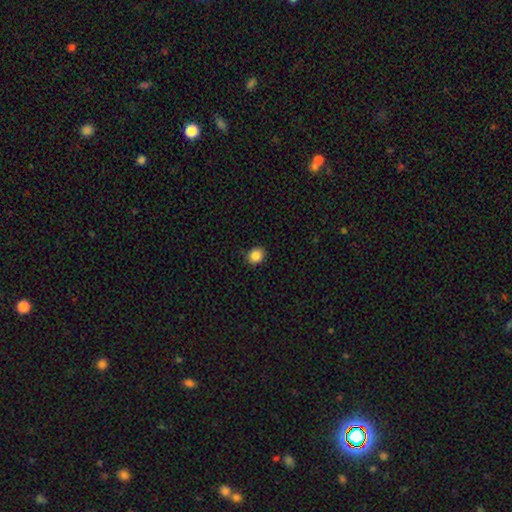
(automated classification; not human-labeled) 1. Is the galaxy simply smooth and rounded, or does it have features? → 86% smooth, 10% star or artifact, 4% featured or disk.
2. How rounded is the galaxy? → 73% round, 26% in between, 1% cigar-shaped.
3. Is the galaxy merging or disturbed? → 90% none, 7% minor disturbance, 2% major disturbance, 1% merger.